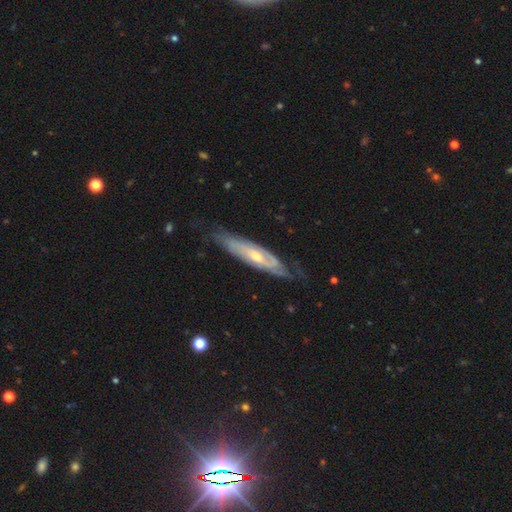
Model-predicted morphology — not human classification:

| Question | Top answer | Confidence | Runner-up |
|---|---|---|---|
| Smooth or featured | featured or disk | 76% | smooth (18%) |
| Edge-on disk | no | 63% | yes (37%) |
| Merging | none | 68% | minor disturbance (23%) |